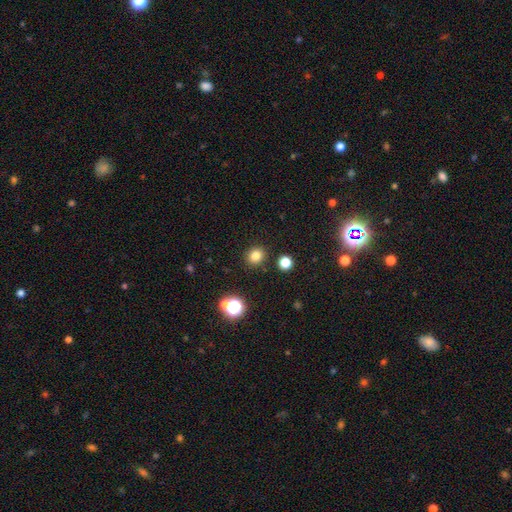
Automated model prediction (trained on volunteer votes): Smooth or featured?
  - smooth: 80% *
  - star or artifact: 15%
  - featured or disk: 5%
How rounded?
  - round: 81% *
  - in between: 19%
  - cigar-shaped: 1%
Merging?
  - none: 88% *
  - minor disturbance: 7%
  - merger: 3%
  - major disturbance: 2%